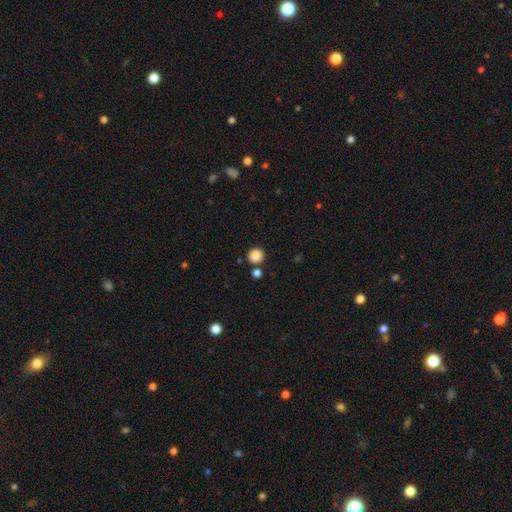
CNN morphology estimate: type=smooth (86%); roundness=round (92%); merging=none (83%).